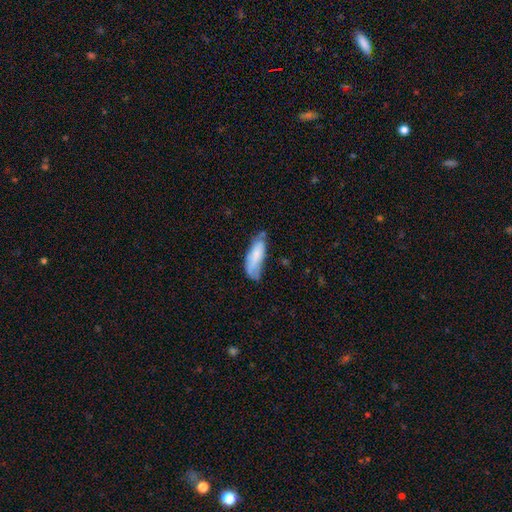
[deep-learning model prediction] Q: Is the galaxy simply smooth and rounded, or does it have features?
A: smooth — 74%.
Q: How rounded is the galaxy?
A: in between — 54%.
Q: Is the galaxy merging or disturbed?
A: none — 46%.